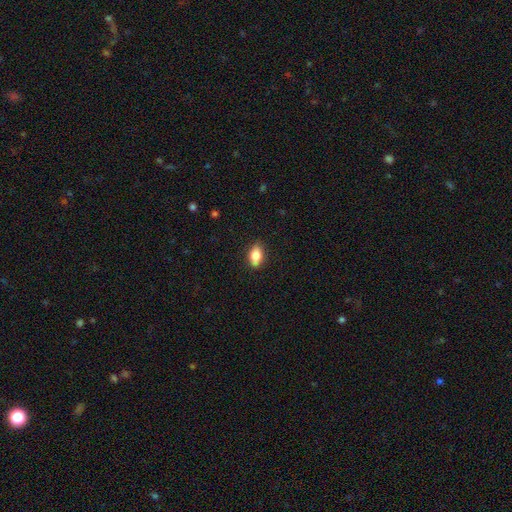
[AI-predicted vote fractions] smooth-or-featured: smooth: 78% | featured or disk: 14% | star or artifact: 8%
  how-rounded: in between: 86% | round: 8% | cigar-shaped: 7%
  merging: none: 85% | minor disturbance: 12% | major disturbance: 2% | merger: 1%